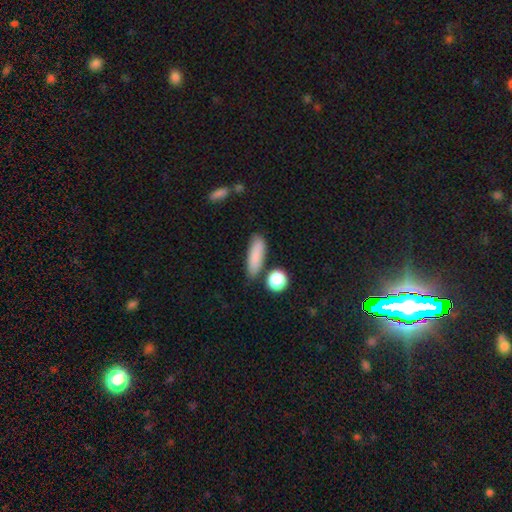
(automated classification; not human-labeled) Morphology: type=smooth (84%); roundness=cigar-shaped (51%); merging=none (75%).